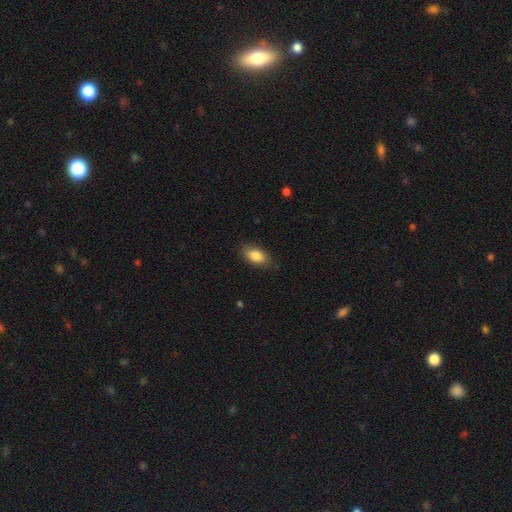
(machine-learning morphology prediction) Overall: smooth (85%). How rounded: in between (91%). Merging: none (81%).